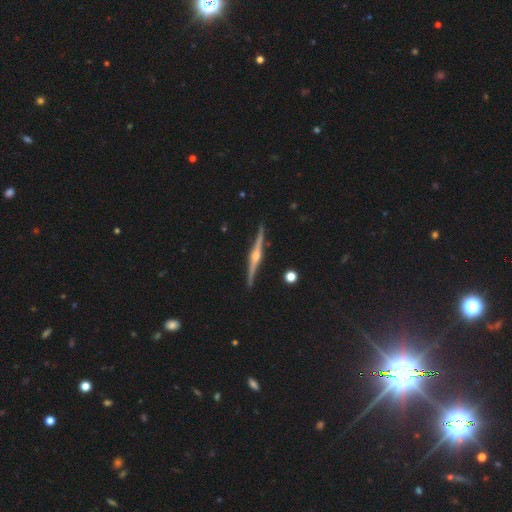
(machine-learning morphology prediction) The model was most divided on "smooth or featured": featured or disk: 87%, smooth: 8%, star or artifact: 5%. More confident: edge-on disk — yes (99%); edge-on bulge — rounded (92%); merging — none (92%).